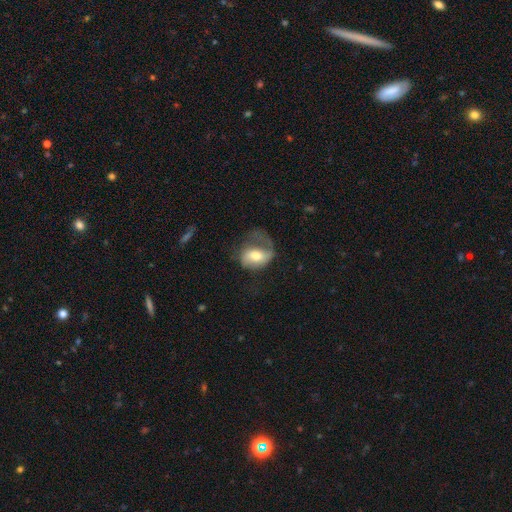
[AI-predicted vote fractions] Q: Smooth or featured?
A: featured or disk (47%); runner-up: smooth (46%)
Q: Merging?
A: major disturbance (47%); runner-up: none (27%)